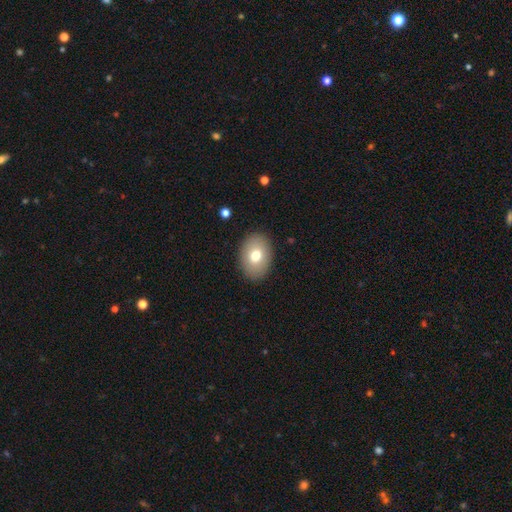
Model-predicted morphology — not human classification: This is likely a smooth galaxy (75%). How rounded: likely in between (78%). Merging: clearly none (89%).